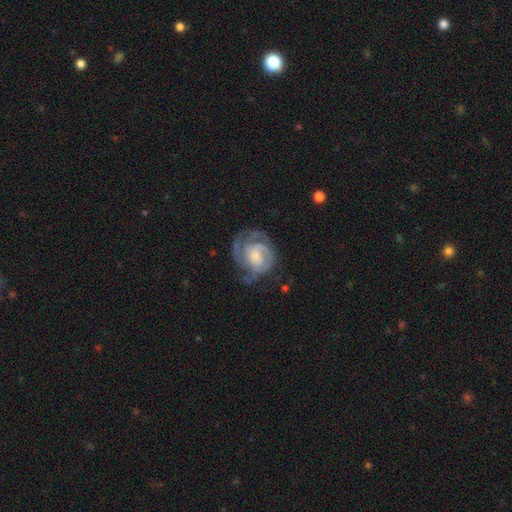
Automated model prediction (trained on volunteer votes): Smooth or featured? featured or disk (84%)
Edge-on disk? no (98%)
Bar? no (59%)
Spiral arms? yes (96%)
Spiral winding? tight (60%)
Spiral arm count? 2 (39%)
Bulge size? small (38%)
Merging? none (62%)